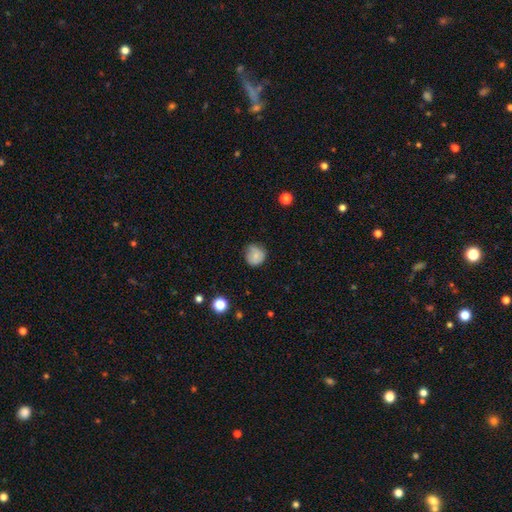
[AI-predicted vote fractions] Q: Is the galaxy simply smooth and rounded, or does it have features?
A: smooth — 75%.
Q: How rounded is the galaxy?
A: round — 86%.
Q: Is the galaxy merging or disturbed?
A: none — 69%.